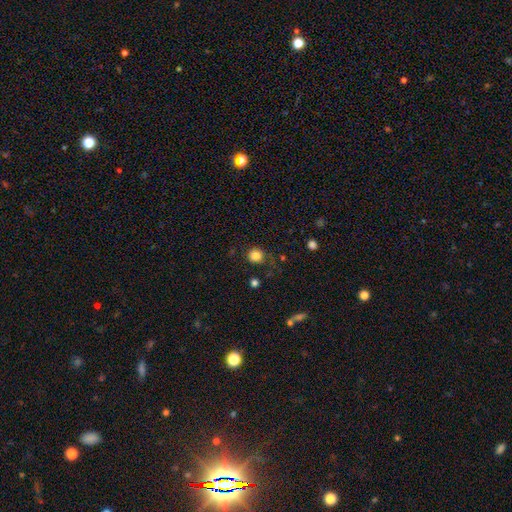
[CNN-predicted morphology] Smooth or featured? Predicted: smooth (p=0.84). How rounded? Predicted: round (p=0.89). Merging? Predicted: none (p=0.75).